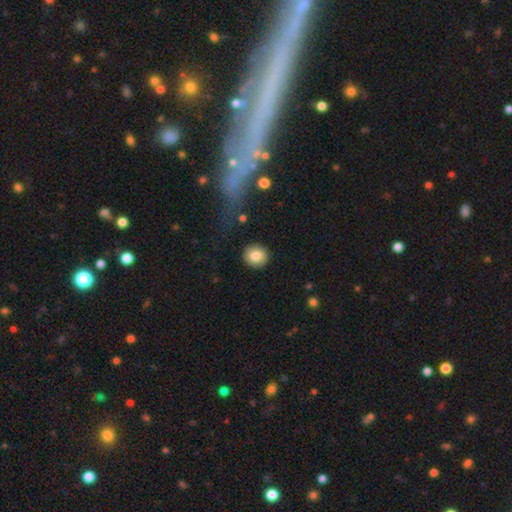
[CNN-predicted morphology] This is clearly a smooth galaxy (84%). How rounded: clearly round (88%). Merging: clearly none (90%).